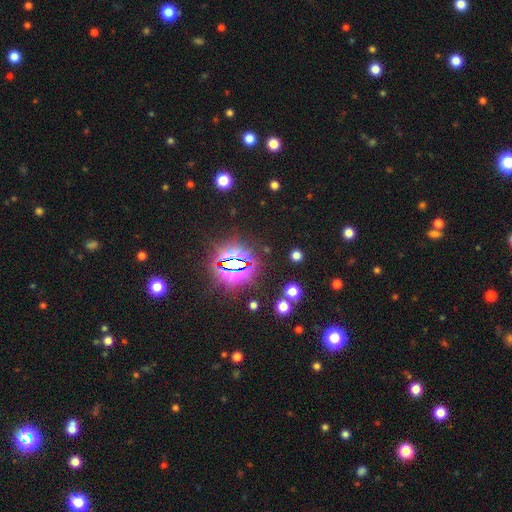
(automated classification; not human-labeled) A star or artifact, not a galaxy (80%).

Vote fractions:
- Smooth or featured? star or artifact: 80% / smooth: 14% / featured or disk: 7%